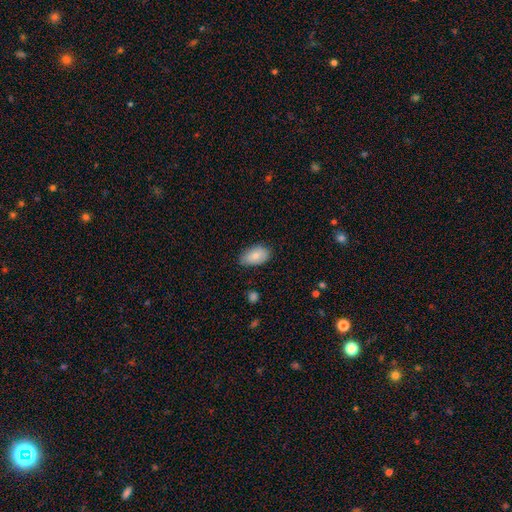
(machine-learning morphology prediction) The model was most divided on "merging": none: 77%, minor disturbance: 19%, major disturbance: 3%, merger: 1%. More confident: how rounded — in between (93%); smooth or featured — smooth (80%).